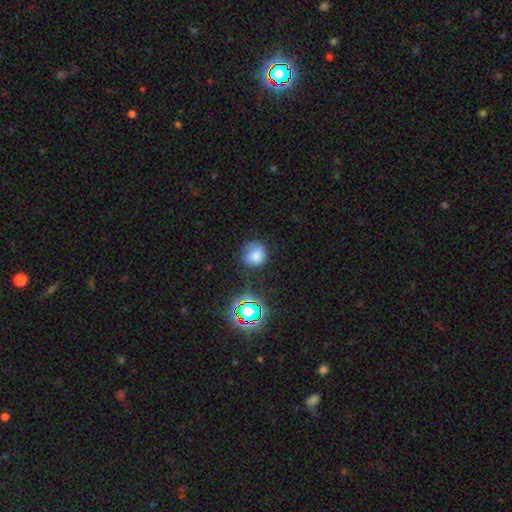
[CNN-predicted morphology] Smooth or featured? smooth (71%)
How rounded? round (81%)
Merging? none (58%)